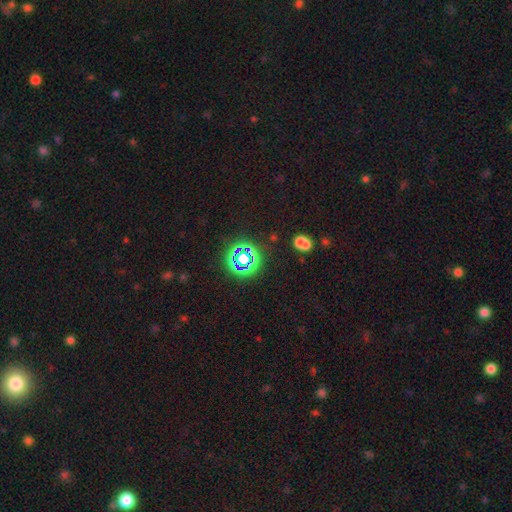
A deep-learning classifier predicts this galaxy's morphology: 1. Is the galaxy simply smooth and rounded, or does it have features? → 70% star or artifact, 24% smooth, 6% featured or disk.